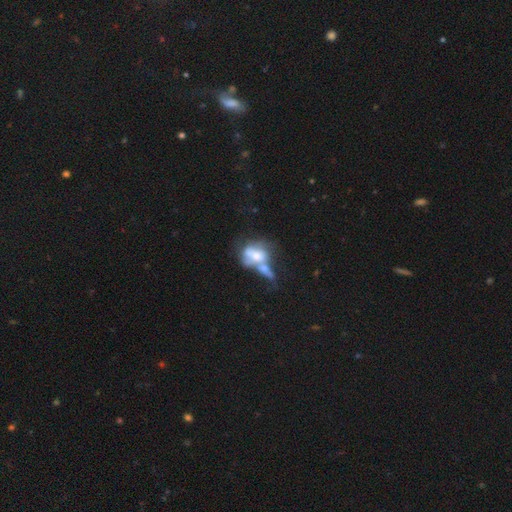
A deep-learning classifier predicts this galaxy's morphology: type=featured or disk (47%); merging=merger (59%).